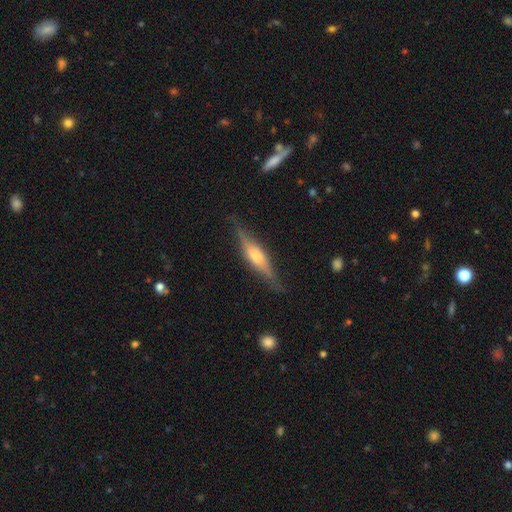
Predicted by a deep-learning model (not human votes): Smooth or featured: featured or disk — 67% (smooth — 27%)
Edge-on disk: yes — 95% (no — 5%)
Edge-on bulge: rounded — 70% (boxy — 23%)
Merging: none — 81% (minor disturbance — 14%)